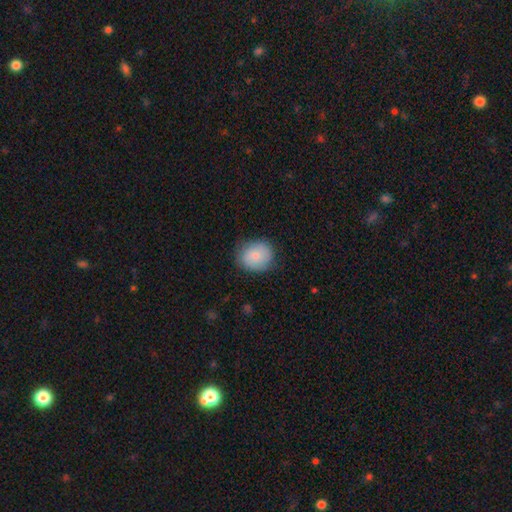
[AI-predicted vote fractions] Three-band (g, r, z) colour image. It shows a smooth galaxy with no disk features (77%) that is round (66%). Merging: none (77%).